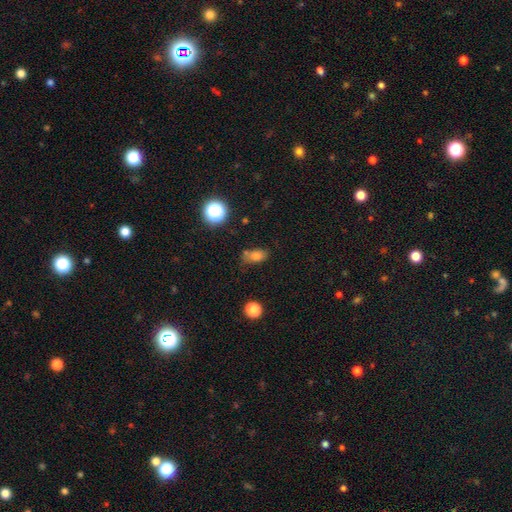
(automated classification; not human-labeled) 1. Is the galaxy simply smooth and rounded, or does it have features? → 76% smooth, 14% star or artifact, 9% featured or disk.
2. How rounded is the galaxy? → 79% in between, 17% round, 4% cigar-shaped.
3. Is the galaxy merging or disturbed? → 62% none, 21% minor disturbance, 11% merger, 6% major disturbance.